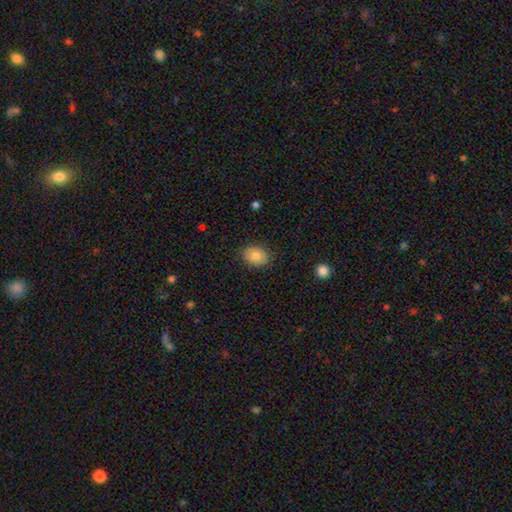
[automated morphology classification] smooth 78%, featured or disk 14%, star or artifact 8%. Down the decision tree: how rounded — in between (57%); merging — none (85%).